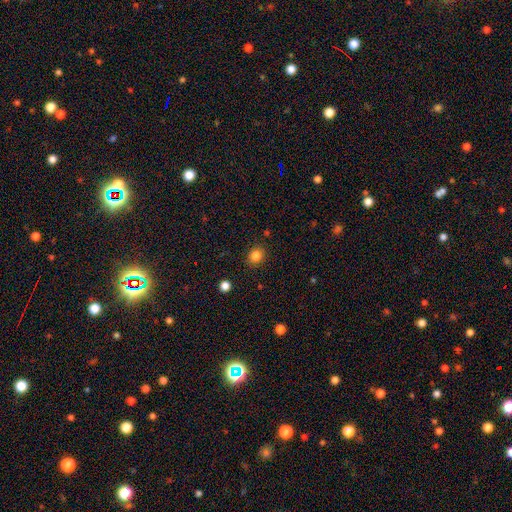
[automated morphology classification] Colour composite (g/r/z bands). It shows a smooth galaxy with no disk features (83%) that is round (79%). Merging: none (88%).